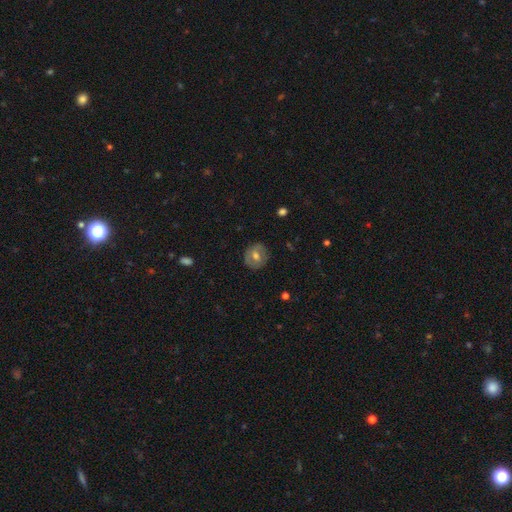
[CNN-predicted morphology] This is possibly a smooth galaxy (53%). How rounded: likely round (76%). Merging: clearly none (83%).